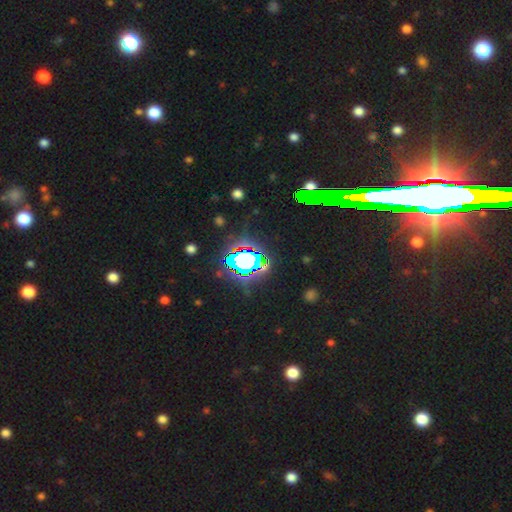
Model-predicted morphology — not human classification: Overall: star or artifact (75%).